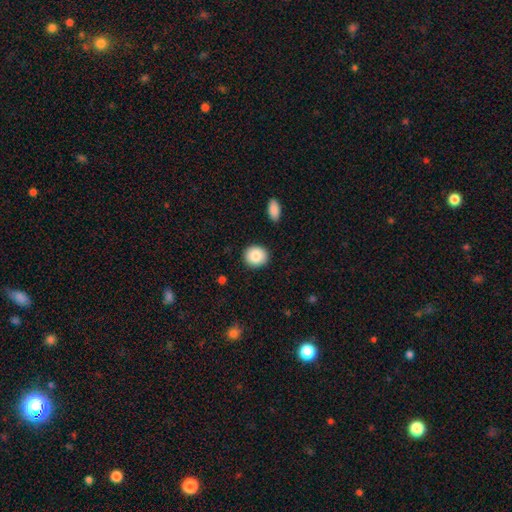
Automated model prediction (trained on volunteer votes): This is clearly a smooth galaxy (87%). How rounded: clearly round (82%). Merging: clearly none (90%).